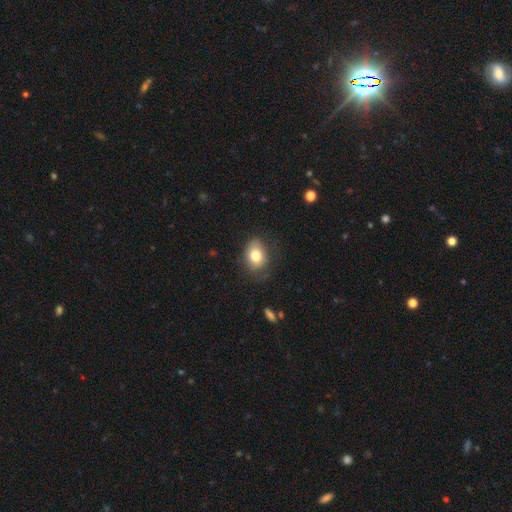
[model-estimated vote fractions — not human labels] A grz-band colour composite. It shows a smooth galaxy with no disk features (77%) that is in between round and cigar-shaped (66%). Merging: none (71%).